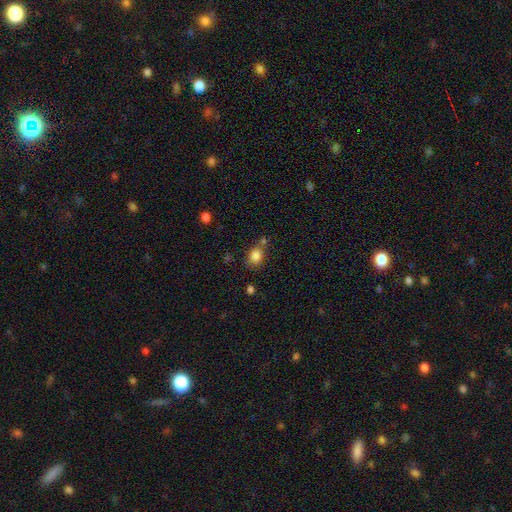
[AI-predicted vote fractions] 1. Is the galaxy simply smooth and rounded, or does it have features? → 83% smooth, 11% star or artifact, 6% featured or disk.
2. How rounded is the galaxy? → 54% round, 45% in between, 1% cigar-shaped.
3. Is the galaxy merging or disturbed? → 61% none, 17% minor disturbance, 17% merger, 5% major disturbance.